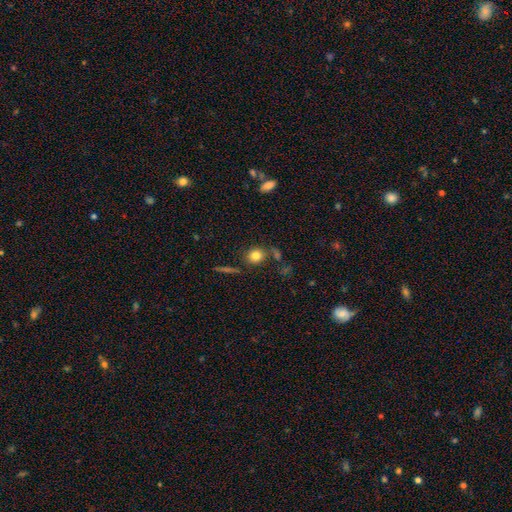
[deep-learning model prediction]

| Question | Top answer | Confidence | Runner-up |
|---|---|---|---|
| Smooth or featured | smooth | 82% | star or artifact (10%) |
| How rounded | round | 75% | in between (23%) |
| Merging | none | 76% | minor disturbance (11%) |